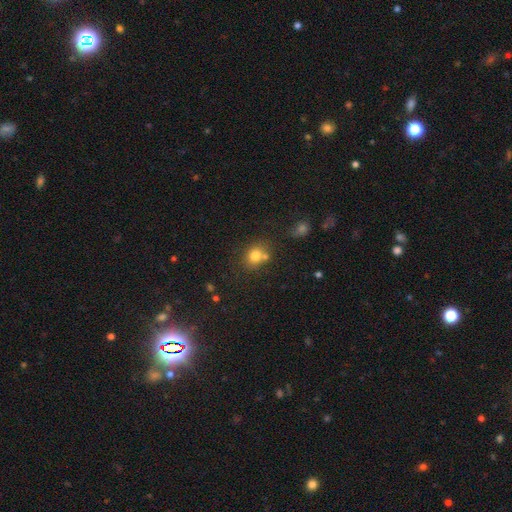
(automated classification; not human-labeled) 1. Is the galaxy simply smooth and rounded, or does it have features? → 78% smooth, 12% star or artifact, 9% featured or disk.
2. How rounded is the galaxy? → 65% round, 34% in between, 1% cigar-shaped.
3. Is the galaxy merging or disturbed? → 59% none, 23% merger, 13% minor disturbance, 5% major disturbance.